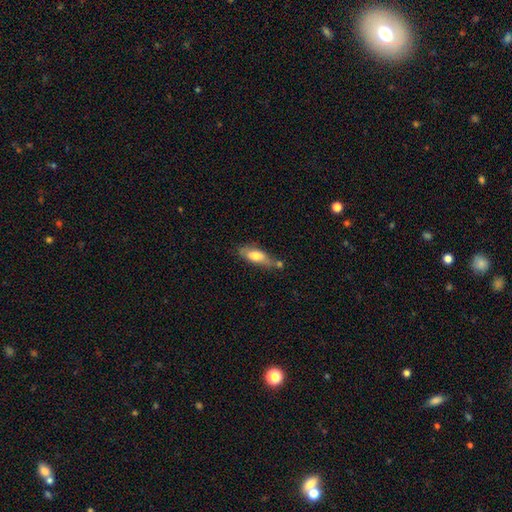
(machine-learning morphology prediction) This is likely a smooth galaxy (70%). How rounded: likely in between (65%). Merging: possibly none (46%).